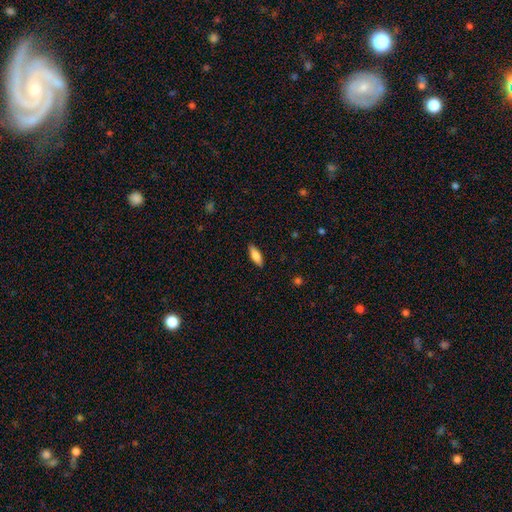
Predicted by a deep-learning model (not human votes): Smooth or featured?
  - smooth: 78% *
  - featured or disk: 15%
  - star or artifact: 6%
How rounded?
  - in between: 66% *
  - cigar-shaped: 32%
  - round: 2%
Merging?
  - none: 88% *
  - minor disturbance: 9%
  - major disturbance: 2%
  - merger: 1%